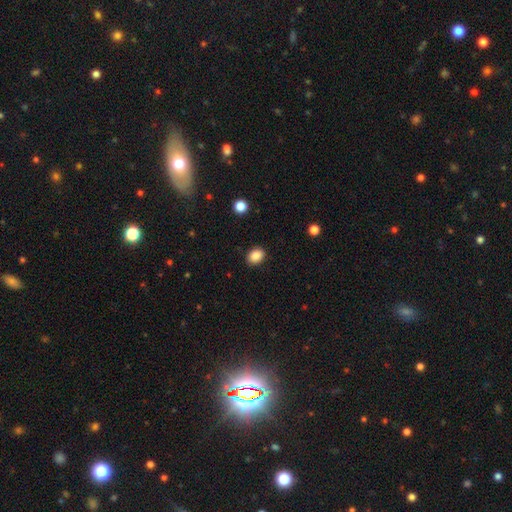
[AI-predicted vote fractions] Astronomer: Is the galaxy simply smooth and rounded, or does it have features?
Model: smooth — 88%.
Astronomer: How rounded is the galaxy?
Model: in between — 62% (runner-up: round, 37%).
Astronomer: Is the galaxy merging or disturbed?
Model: none — 89%.